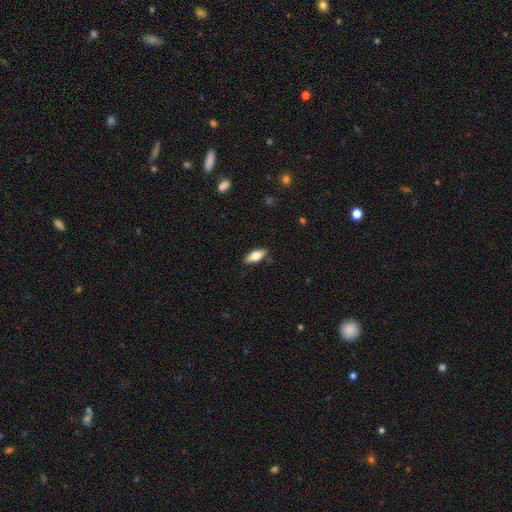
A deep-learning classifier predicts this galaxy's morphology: A smooth galaxy with no disk features (68%) that is in between round and cigar-shaped (75%).

Vote fractions:
- Smooth or featured? smooth: 68% / featured or disk: 26% / star or artifact: 6%
- How rounded? in between: 75% / cigar-shaped: 23% / round: 3%
- Merging? none: 86% / minor disturbance: 10% / major disturbance: 2% / merger: 1%